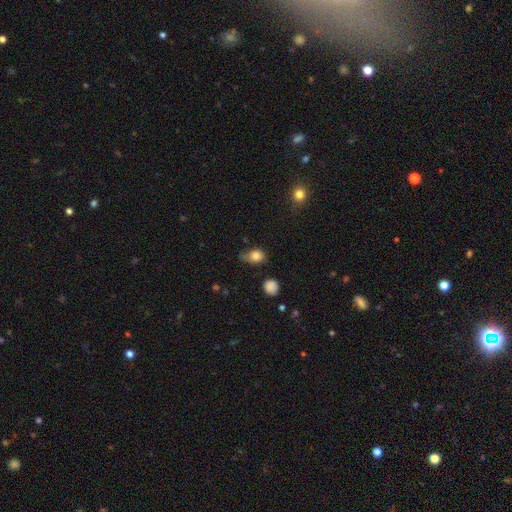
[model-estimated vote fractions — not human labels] This appears to be a smooth galaxy with no disk features (81%) that is in between round and cigar-shaped (57%). Merging: none (40%, tied with minor disturbance).